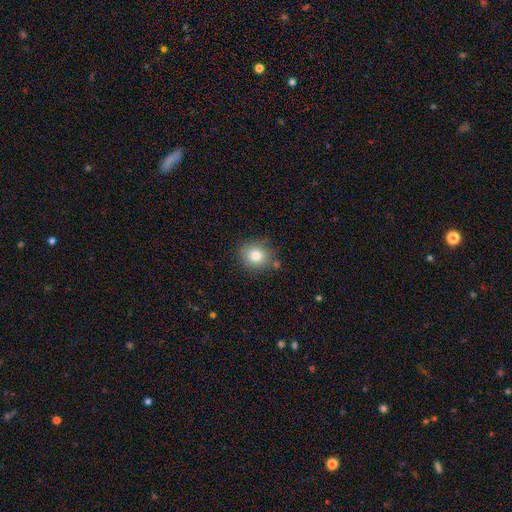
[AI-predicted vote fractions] Smooth or featured? smooth (81%)
How rounded? round (79%)
Merging? none (80%)